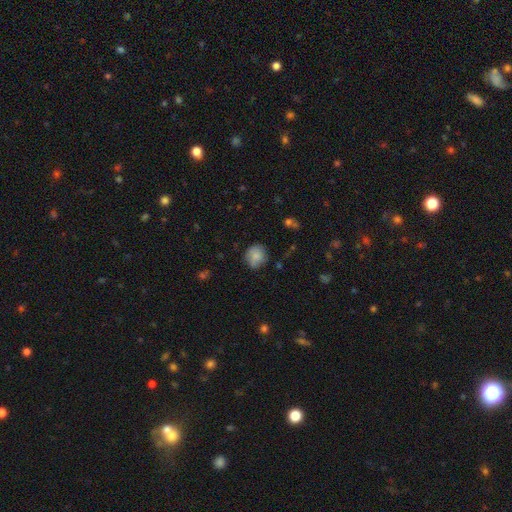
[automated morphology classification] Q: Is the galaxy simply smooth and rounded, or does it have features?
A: smooth — 79%.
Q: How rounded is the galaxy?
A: round — 77%.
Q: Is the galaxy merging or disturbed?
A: none — 69%.